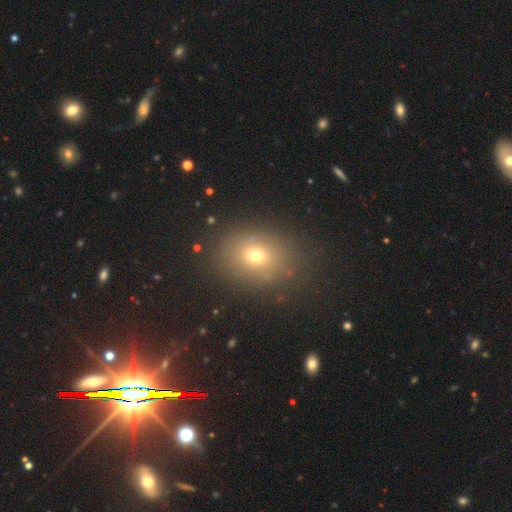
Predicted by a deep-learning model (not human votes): smooth 69%, star or artifact 21%, featured or disk 11%. Down the decision tree: how rounded — in between (52%); merging — none (86%).